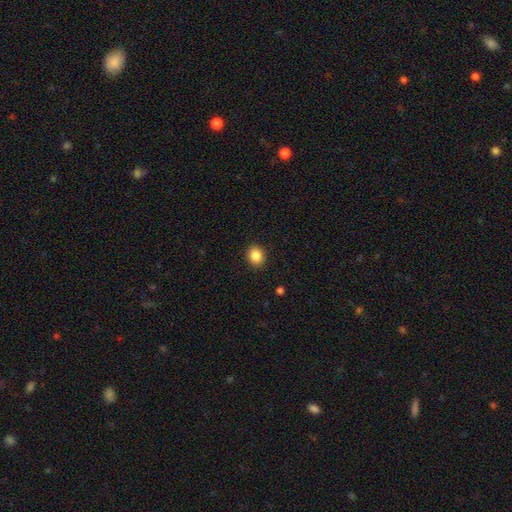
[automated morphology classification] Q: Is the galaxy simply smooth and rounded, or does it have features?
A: smooth — 86%.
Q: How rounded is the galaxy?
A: round — 63%.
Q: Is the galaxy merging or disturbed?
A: none — 91%.